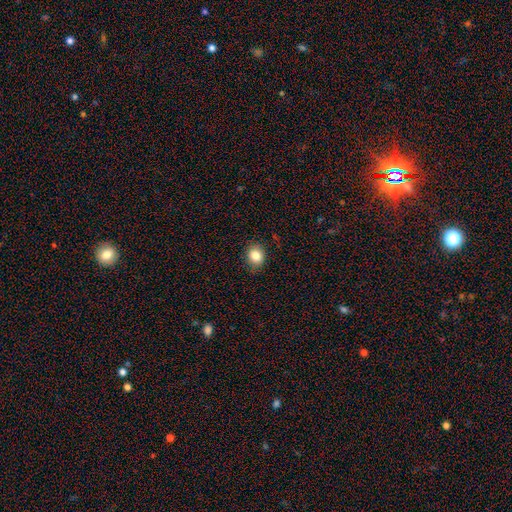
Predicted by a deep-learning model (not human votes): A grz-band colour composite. It shows a smooth galaxy with no disk features (84%) that is round (60%). Merging: none (86%).